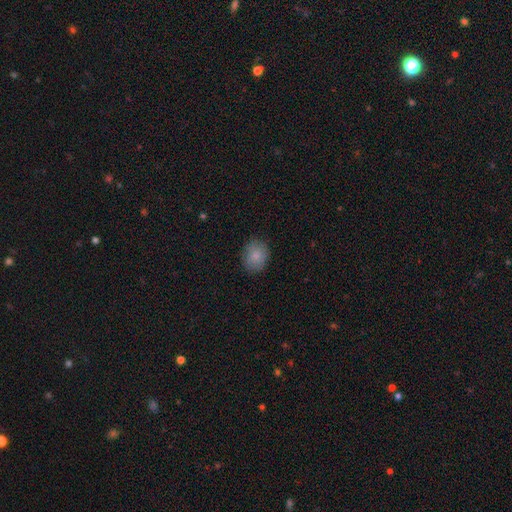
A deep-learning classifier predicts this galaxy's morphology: smooth-or-featured: smooth: 85% | star or artifact: 8% | featured or disk: 8%
  how-rounded: round: 54% | in between: 46% | cigar-shaped: 1%
  merging: none: 83% | minor disturbance: 13% | major disturbance: 3% | merger: 1%